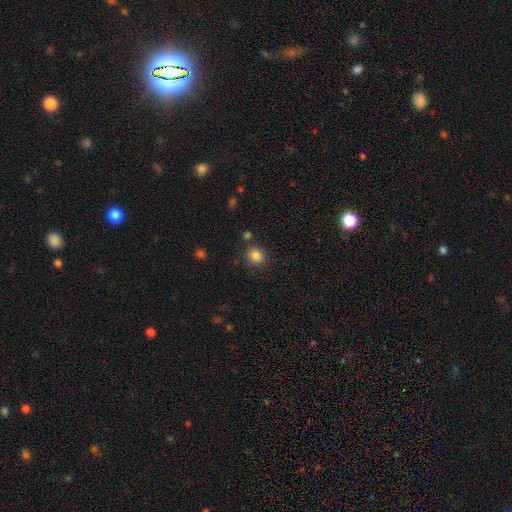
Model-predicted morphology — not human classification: This is clearly a smooth galaxy (85%). How rounded: likely round (73%). Merging: clearly none (80%).